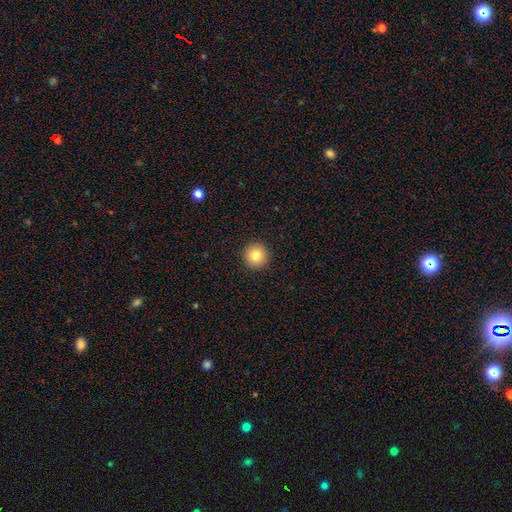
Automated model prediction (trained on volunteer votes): Smooth or featured?
  - smooth: 82% *
  - star or artifact: 11%
  - featured or disk: 7%
How rounded?
  - round: 96% *
  - in between: 3%
  - cigar-shaped: 1%
Merging?
  - none: 93% *
  - minor disturbance: 4%
  - major disturbance: 2%
  - merger: 1%